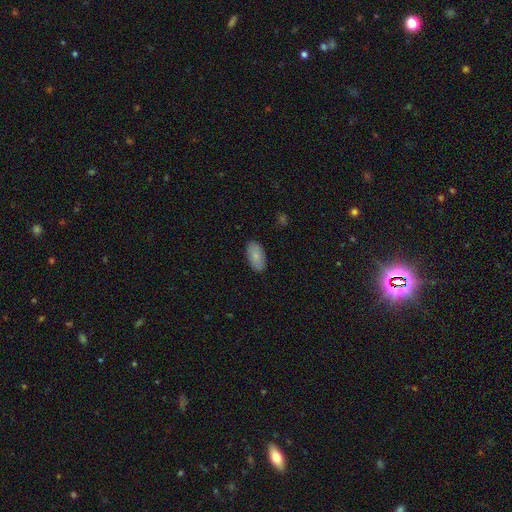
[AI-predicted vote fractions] Smooth or featured: smooth — 84% (featured or disk — 9%)
How rounded: in between — 94% (round — 3%)
Merging: none — 88% (minor disturbance — 9%)